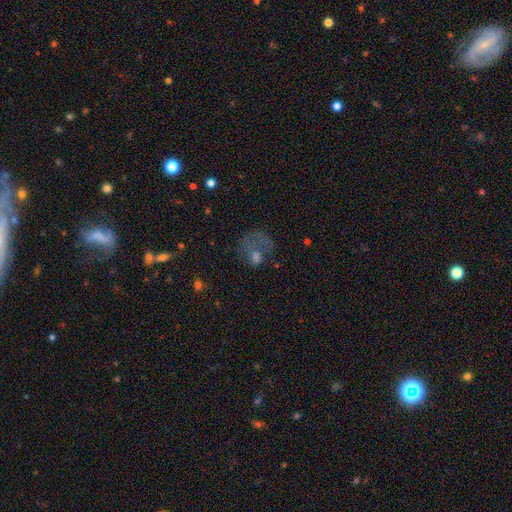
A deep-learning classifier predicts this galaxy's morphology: smooth 45%, featured or disk 33%, star or artifact 21%. Down the decision tree: merging — major disturbance (44%).